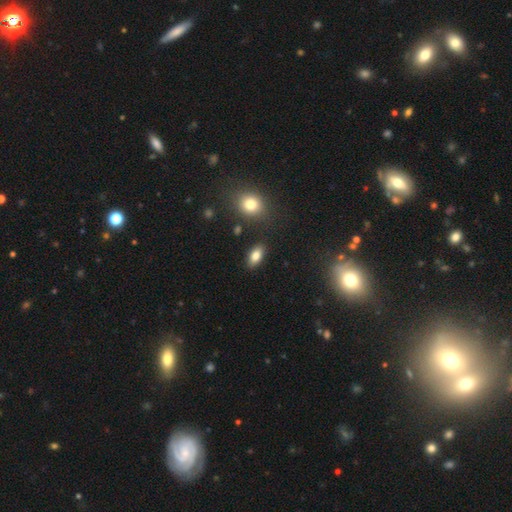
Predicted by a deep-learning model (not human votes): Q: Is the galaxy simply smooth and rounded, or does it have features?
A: smooth — 81%.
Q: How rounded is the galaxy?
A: in between — 89%.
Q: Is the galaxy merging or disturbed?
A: none — 86%.